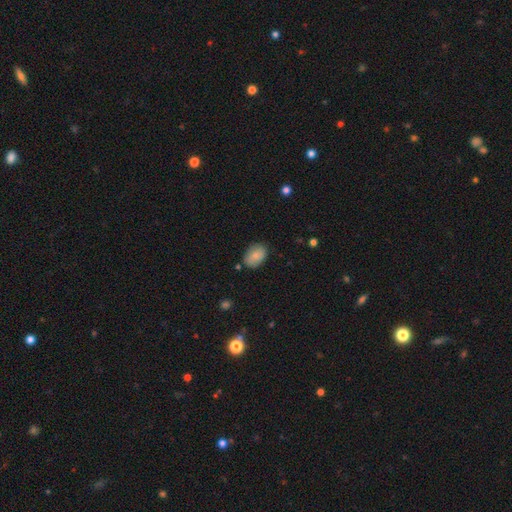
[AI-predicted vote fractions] Smooth or featured?
  - smooth: 83% *
  - featured or disk: 10%
  - star or artifact: 7%
How rounded?
  - in between: 84% *
  - round: 15%
  - cigar-shaped: 1%
Merging?
  - none: 79% *
  - minor disturbance: 16%
  - major disturbance: 3%
  - merger: 2%